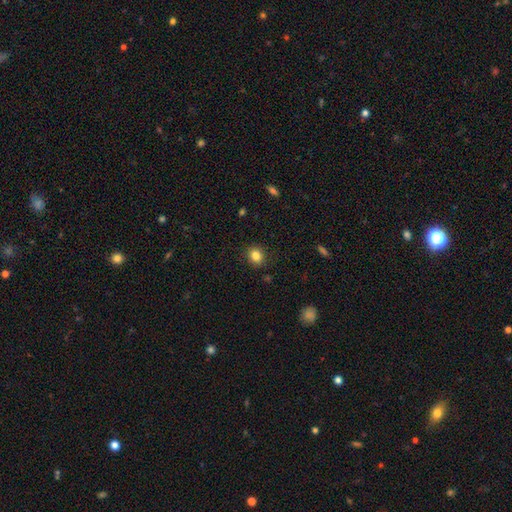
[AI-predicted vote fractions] smooth-or-featured: smooth: 83% | star or artifact: 11% | featured or disk: 6%
  how-rounded: round: 72% | in between: 27% | cigar-shaped: 1%
  merging: none: 89% | minor disturbance: 7% | major disturbance: 2% | merger: 1%